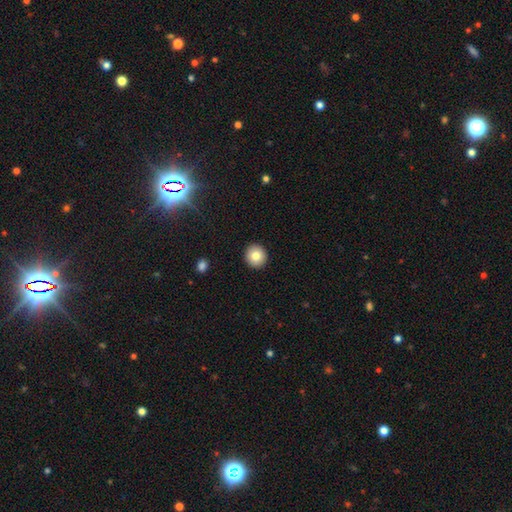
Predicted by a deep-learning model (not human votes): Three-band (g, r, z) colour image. It shows a smooth galaxy with no disk features (81%) that is round (93%). Merging: none (93%).